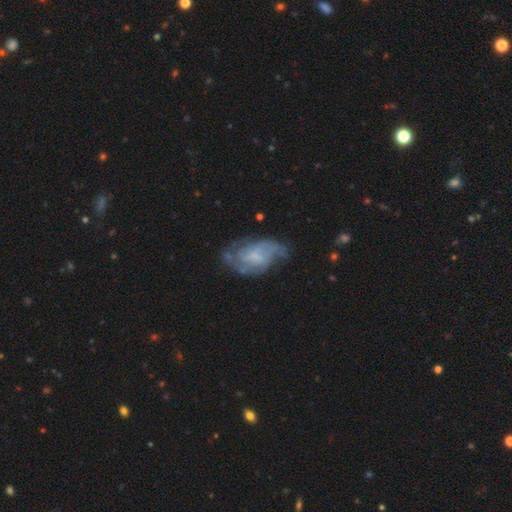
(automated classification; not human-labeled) smooth_or_featured: featured or disk (p=0.77) [alt: smooth p=0.16]
disk_edge_on: no (p=0.96) [alt: yes p=0.04]
bar: no (p=0.45) [tied with: weak p=0.45]
has_spiral_arms: yes (p=0.86) [alt: no p=0.14]
spiral_winding: medium (p=0.44) [alt: tight p=0.32]
spiral_arm_count: 2 (p=0.39) [alt: can't tell p=0.32]
bulge_size: small (p=0.39) [alt: none p=0.34]
merging: none (p=0.57) [alt: minor disturbance p=0.24]